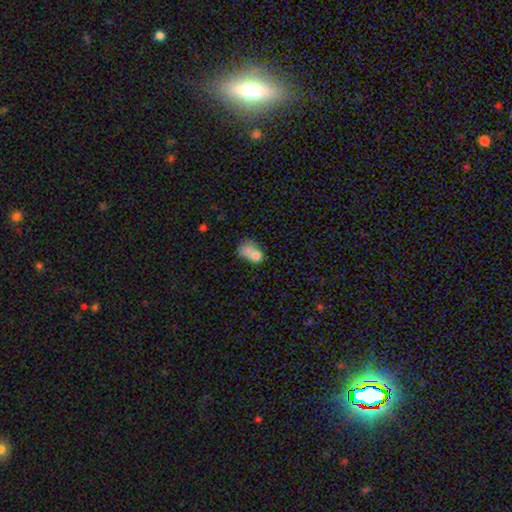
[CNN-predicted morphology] Smooth or featured: smooth — 70% (featured or disk — 20%)
How rounded: in between — 69% (round — 29%)
Merging: merger — 53% (none — 21%)